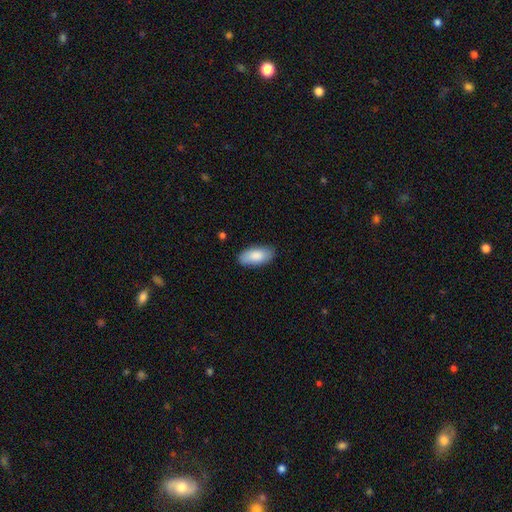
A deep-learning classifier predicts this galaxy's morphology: Smooth or featured: smooth — 86% (featured or disk — 8%)
How rounded: in between — 92% (cigar-shaped — 6%)
Merging: none — 85% (minor disturbance — 12%)